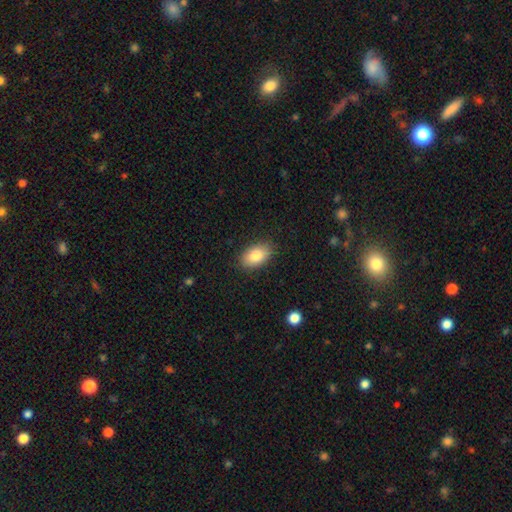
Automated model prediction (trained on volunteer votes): Morphology: type=smooth (83%); roundness=in between (91%); merging=none (87%).